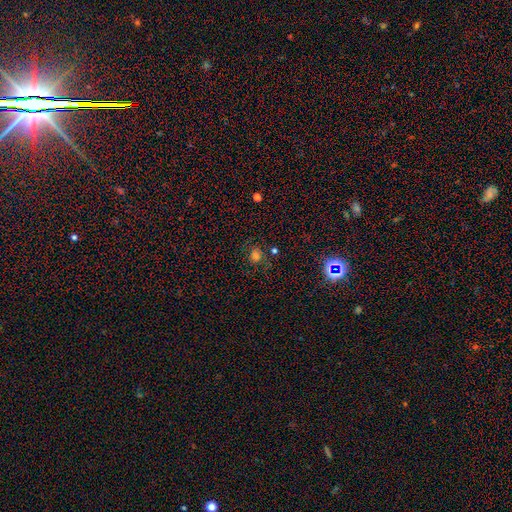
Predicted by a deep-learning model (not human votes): This appears to be a smooth galaxy with no disk features (56%) that is round (77%). Merging: none (72%).